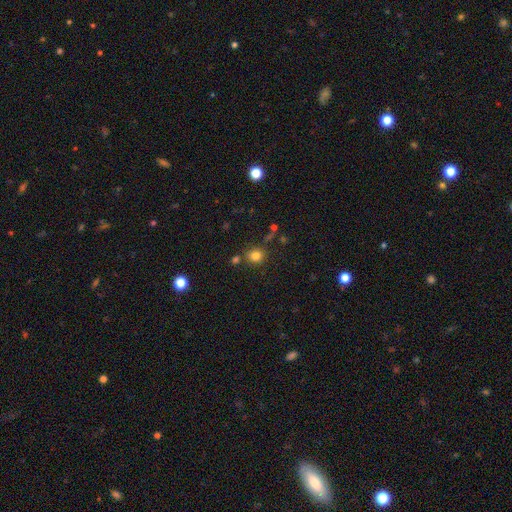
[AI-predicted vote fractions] smooth_or_featured: smooth (p=0.79) [alt: star or artifact p=0.14]
how_rounded: round (p=0.83) [alt: in between p=0.16]
merging: none (p=0.75) [alt: minor disturbance p=0.11]